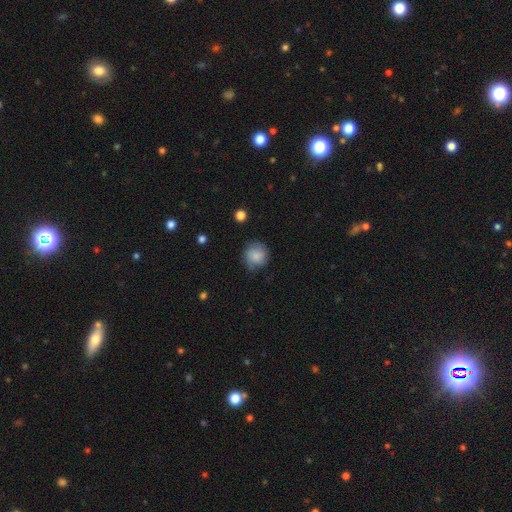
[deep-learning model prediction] smooth 80%, featured or disk 12%, star or artifact 8%. Down the decision tree: how rounded — round (90%); merging — none (74%).